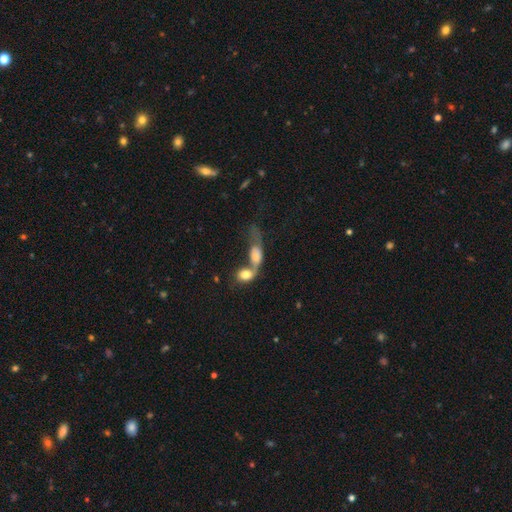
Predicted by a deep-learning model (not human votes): Smooth or featured?
  - smooth: 64% *
  - featured or disk: 27%
  - star or artifact: 9%
How rounded?
  - in between: 74% *
  - round: 18%
  - cigar-shaped: 8%
Merging?
  - merger: 76% *
  - major disturbance: 10%
  - none: 8%
  - minor disturbance: 5%